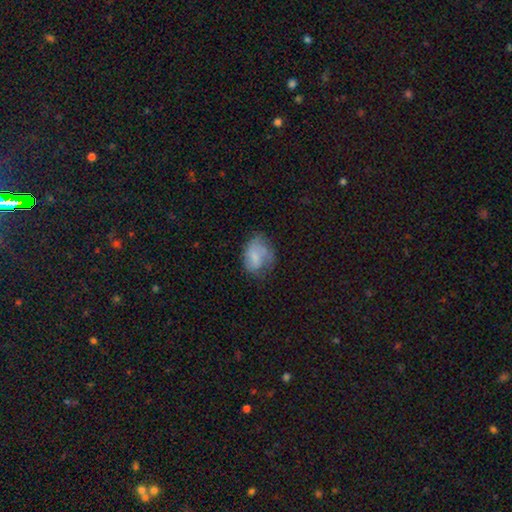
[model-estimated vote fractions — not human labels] Smooth or featured? smooth (66%)
How rounded? in between (67%)
Merging? none (44%)